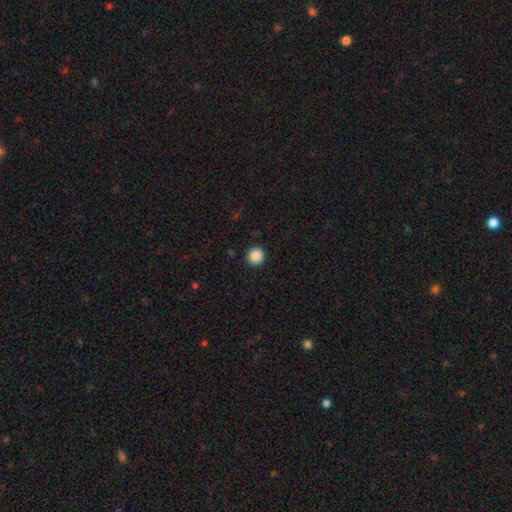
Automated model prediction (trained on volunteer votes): smooth_or_featured: smooth (p=0.88) [alt: star or artifact p=0.09]
how_rounded: round (p=0.93) [alt: in between p=0.06]
merging: none (p=0.92) [alt: minor disturbance p=0.05]